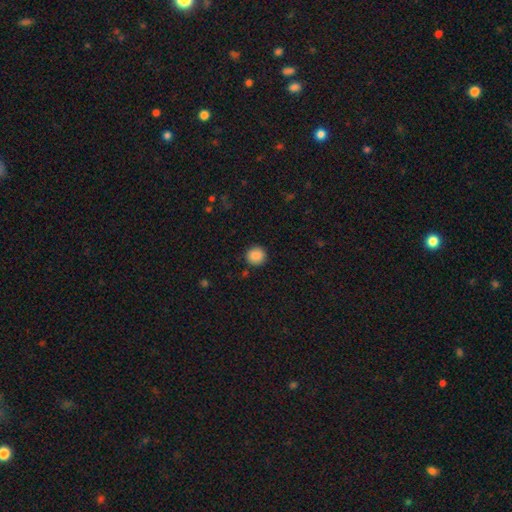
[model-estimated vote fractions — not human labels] Smooth or featured? smooth (87%)
How rounded? round (93%)
Merging? none (91%)